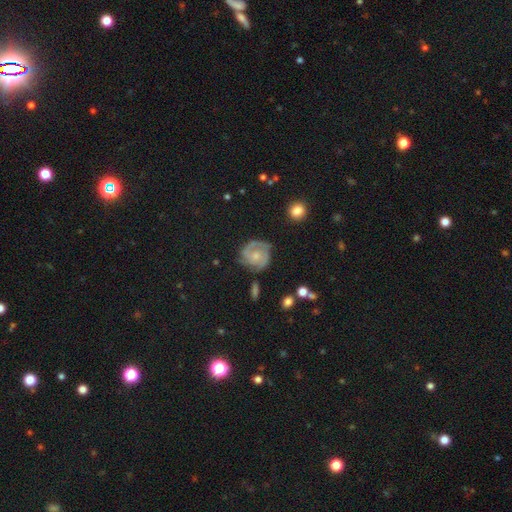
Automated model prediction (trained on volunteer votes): The model was most divided on "bulge size": small: 44%, moderate: 43%, none: 7%, large: 4%, dominant: 1%. More confident: edge-on disk — no (98%); spiral arms — yes (94%); smooth or featured — featured or disk (77%); merging — none (69%); bar — no (68%); spiral arm count — 2 (66%); spiral winding — tight (53%).